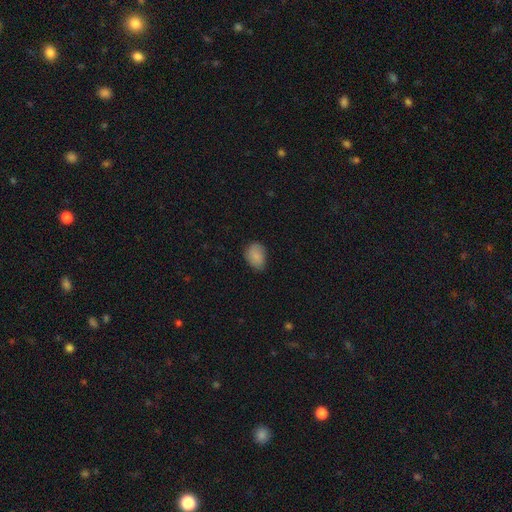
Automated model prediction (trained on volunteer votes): Smooth or featured: smooth — 85% (star or artifact — 8%)
How rounded: in between — 75% (round — 24%)
Merging: none — 66% (minor disturbance — 28%)